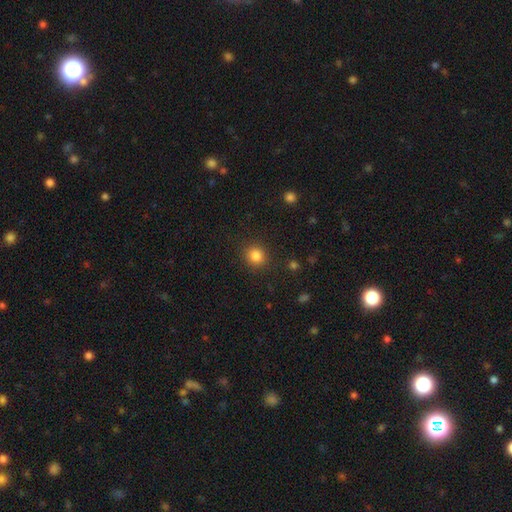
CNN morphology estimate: type=smooth (83%); roundness=round (86%); merging=none (89%).